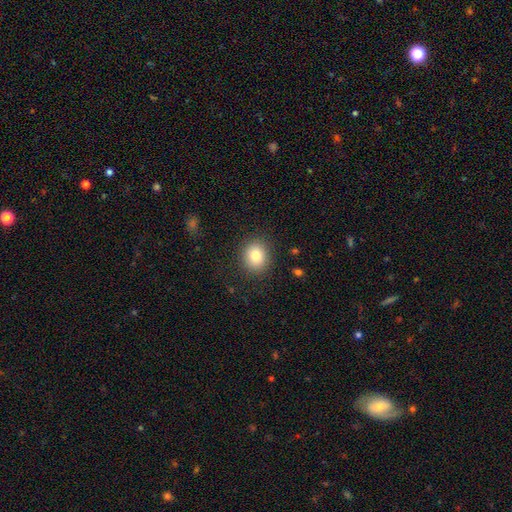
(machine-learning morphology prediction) smooth 82%, star or artifact 10%, featured or disk 8%. Down the decision tree: how rounded — round (70%); merging — none (87%).